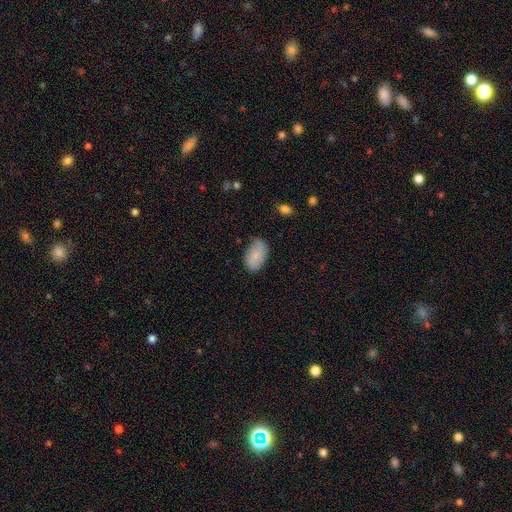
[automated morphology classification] smooth-or-featured: smooth: 82% | featured or disk: 12% | star or artifact: 6%
  how-rounded: in between: 94% | round: 4% | cigar-shaped: 2%
  merging: none: 75% | minor disturbance: 20% | major disturbance: 4% | merger: 1%